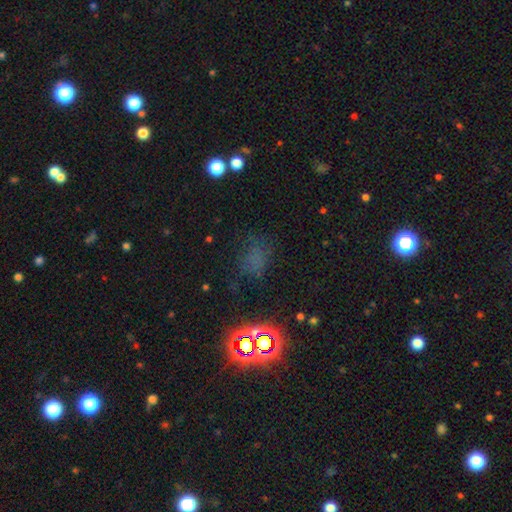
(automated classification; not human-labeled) smooth_or_featured: smooth (p=0.46) [alt: star or artifact p=0.43]
merging: none (p=0.64) [alt: minor disturbance p=0.19]